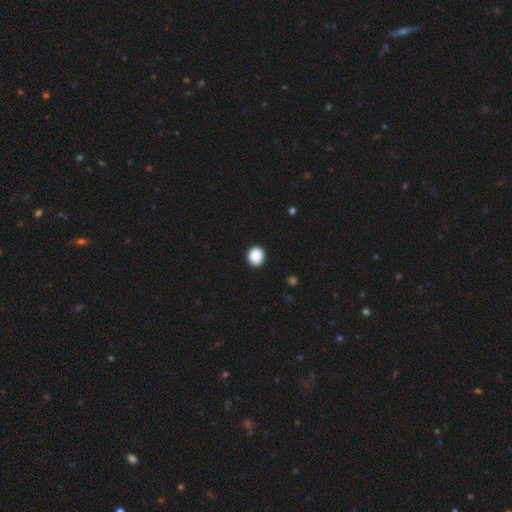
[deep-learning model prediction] This appears to be a smooth galaxy with no disk features (89%) that is round (81%). Merging: none (91%).